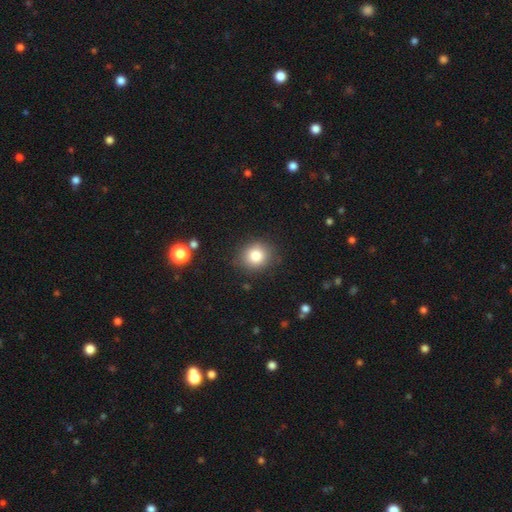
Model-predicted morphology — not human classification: smooth 82%, star or artifact 11%, featured or disk 7%. Down the decision tree: how rounded — round (80%); merging — none (86%).